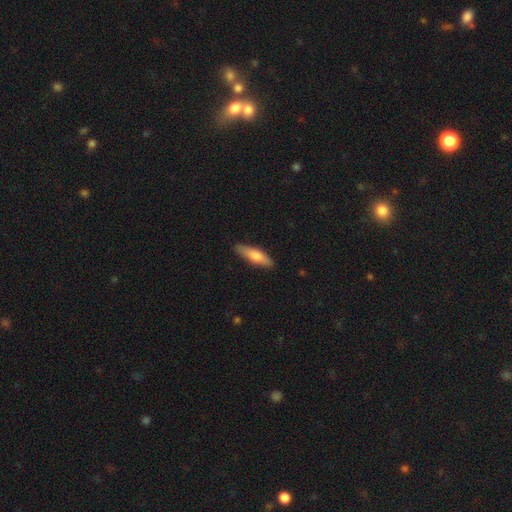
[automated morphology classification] Smooth or featured? smooth (68%)
How rounded? cigar-shaped (66%)
Merging? none (88%)